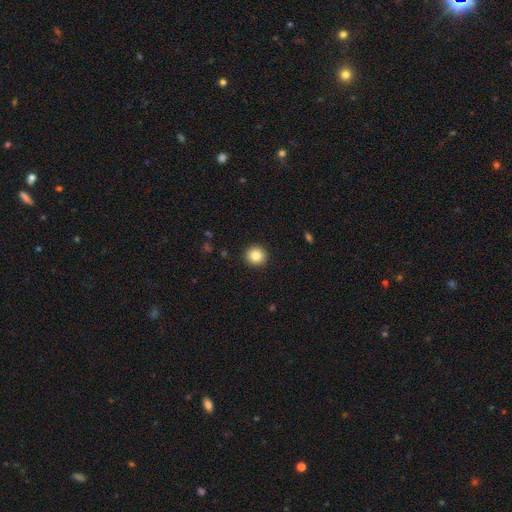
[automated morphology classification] smooth 84%, star or artifact 9%, featured or disk 6%. Down the decision tree: how rounded — round (95%); merging — none (93%).